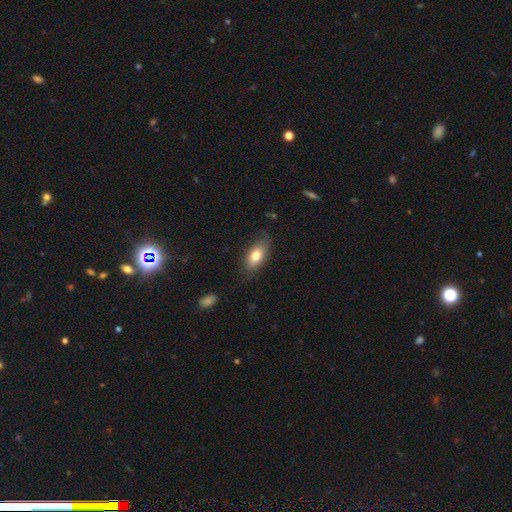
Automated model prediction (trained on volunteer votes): Overall: smooth (78%). How rounded: in between (89%). Merging: none (76%).